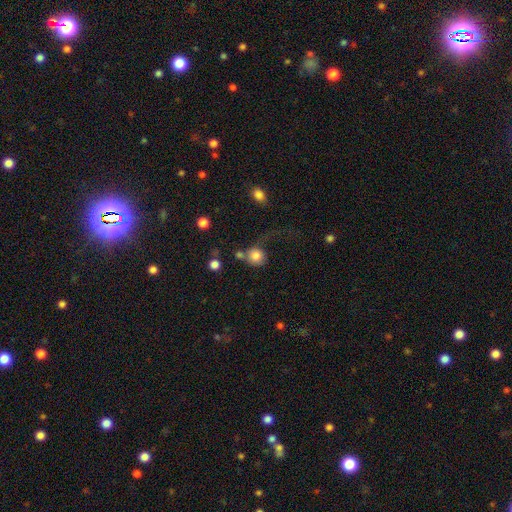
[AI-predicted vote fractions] A smooth galaxy with no disk features (80%) that is round (84%).

Vote fractions:
- Smooth or featured? smooth: 80% / featured or disk: 10% / star or artifact: 9%
- How rounded? round: 84% / in between: 15% / cigar-shaped: 1%
- Merging? none: 41% / major disturbance: 21% / merger: 21% / minor disturbance: 17%